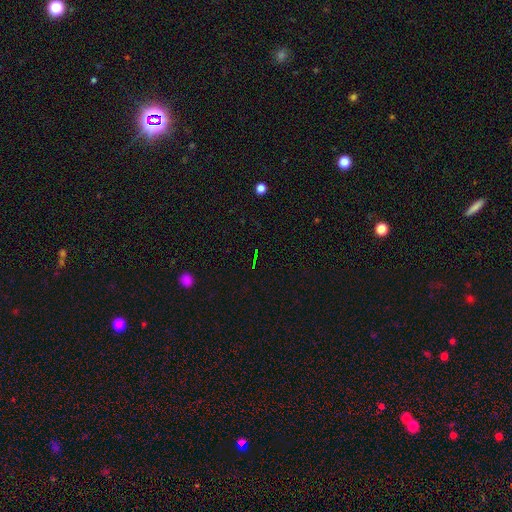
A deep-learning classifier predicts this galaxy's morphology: Smooth or featured? star or artifact (72%)